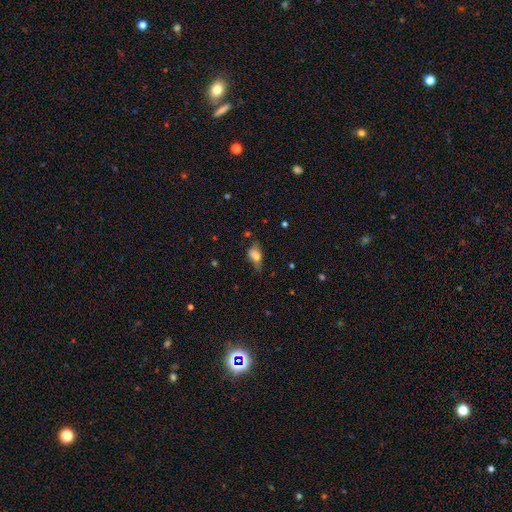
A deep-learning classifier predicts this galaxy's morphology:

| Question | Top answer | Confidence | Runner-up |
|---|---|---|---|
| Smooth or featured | smooth | 66% | featured or disk (23%) |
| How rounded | in between | 83% | cigar-shaped (9%) |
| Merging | none | 46% | minor disturbance (34%) |